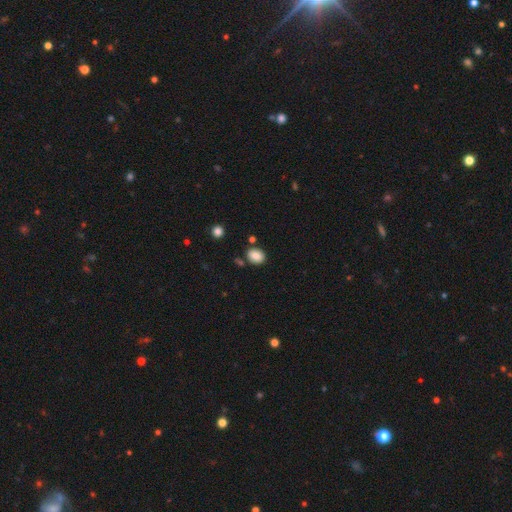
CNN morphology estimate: Smooth or featured?
  - smooth: 86% *
  - star or artifact: 9%
  - featured or disk: 4%
How rounded?
  - in between: 60% *
  - round: 39%
  - cigar-shaped: 1%
Merging?
  - none: 78% *
  - minor disturbance: 12%
  - merger: 7%
  - major disturbance: 3%